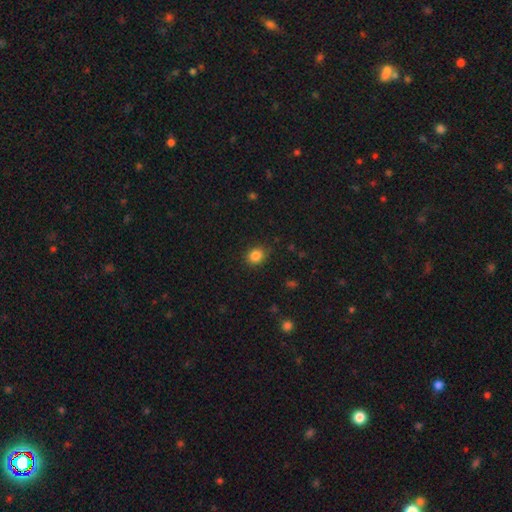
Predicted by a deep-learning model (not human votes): smooth-or-featured: smooth: 85% | star or artifact: 11% | featured or disk: 4%
  how-rounded: round: 67% | in between: 32% | cigar-shaped: 1%
  merging: none: 86% | minor disturbance: 10% | major disturbance: 3% | merger: 1%